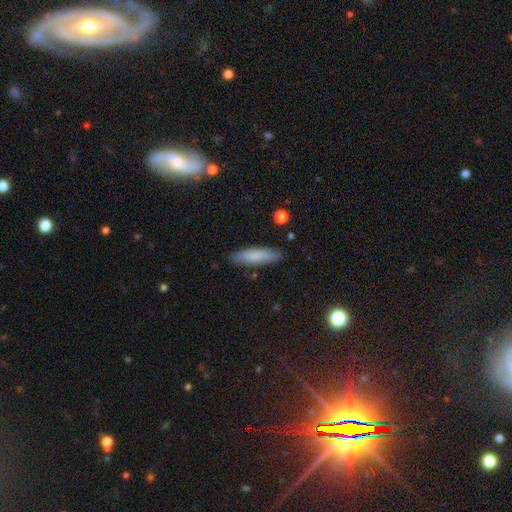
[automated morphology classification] Smooth or featured? smooth (82%)
How rounded? cigar-shaped (69%)
Merging? none (86%)